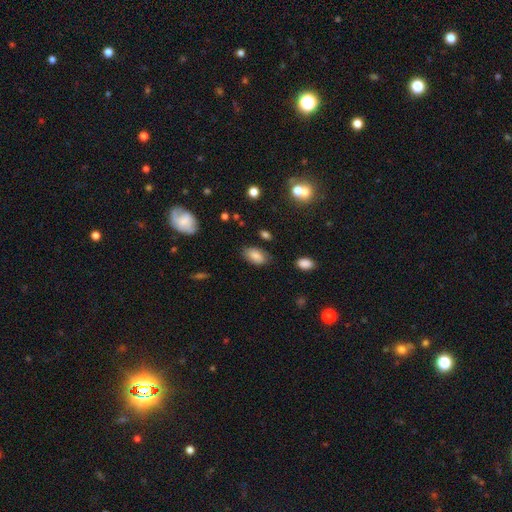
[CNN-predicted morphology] smooth 81%, featured or disk 10%, star or artifact 9%. Down the decision tree: how rounded — in between (93%); merging — none (75%).